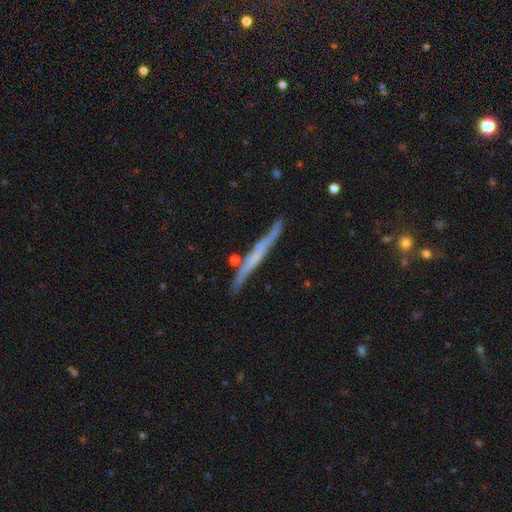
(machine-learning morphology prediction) featured or disk 58%, smooth 36%, star or artifact 6%. Down the decision tree: edge-on disk — yes (96%); edge-on bulge — none (81%); merging — none (84%).